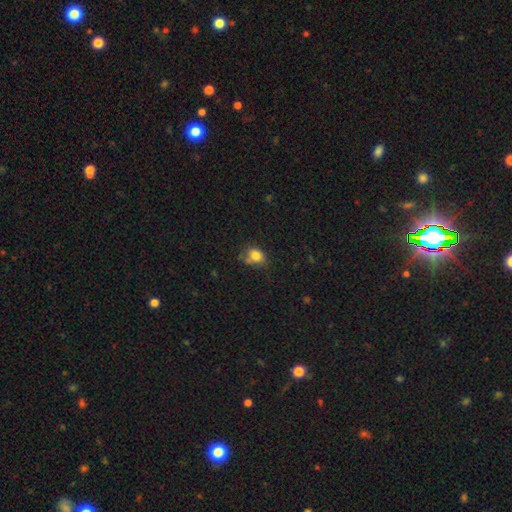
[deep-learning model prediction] Smooth or featured? Predicted: smooth (p=0.80). How rounded? Predicted: in between (p=0.54). Merging? Predicted: none (p=0.56).